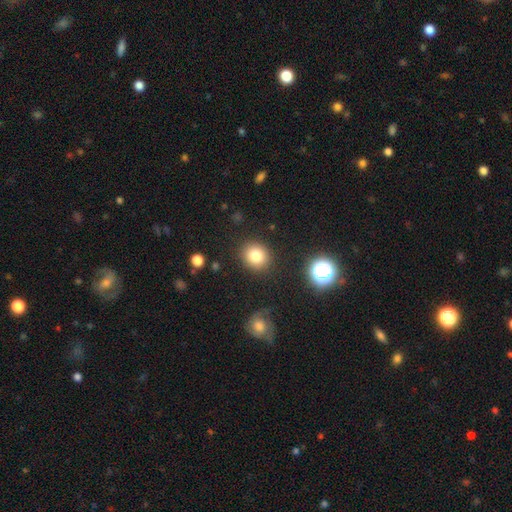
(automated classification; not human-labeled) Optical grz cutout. It shows a smooth galaxy with no disk features (81%) that is round (84%). Merging: none (88%).